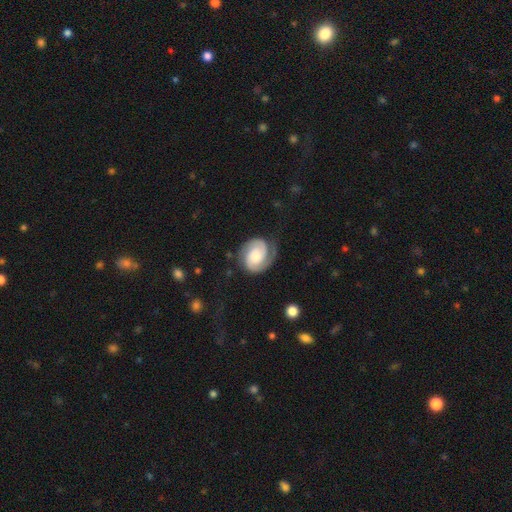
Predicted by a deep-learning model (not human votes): Smooth or featured?
  - featured or disk: 83% *
  - smooth: 11%
  - star or artifact: 5%
Edge-on disk?
  - no: 98% *
  - yes: 2%
Bar?
  - no: 67% *
  - weak: 26%
  - strong: 7%
Spiral arms?
  - yes: 97% *
  - no: 3%
Spiral winding?
  - tight: 53% *
  - medium: 37%
  - loose: 11%
Spiral arm count?
  - 2: 86% *
  - 1: 8%
  - can't tell: 3%
  - 3: 1%
  - 4: 1%
  - more than 4: 1%
Bulge size?
  - moderate: 31% *
  - small: 30%
  - large: 20%
  - none: 14%
  - dominant: 5%
Merging?
  - none: 69% *
  - minor disturbance: 18%
  - major disturbance: 11%
  - merger: 2%